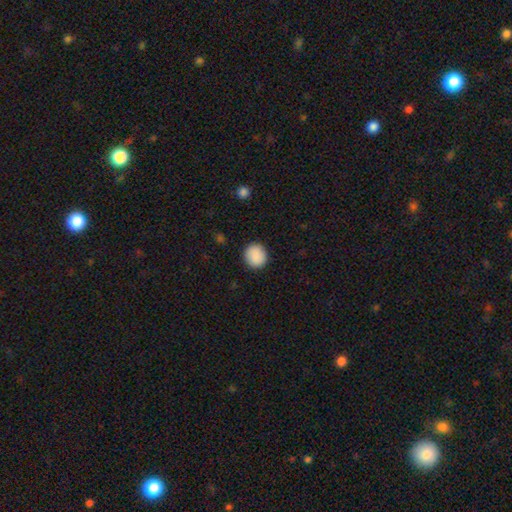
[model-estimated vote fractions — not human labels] Overall: smooth (90%). How rounded: round (88%). Merging: none (91%).